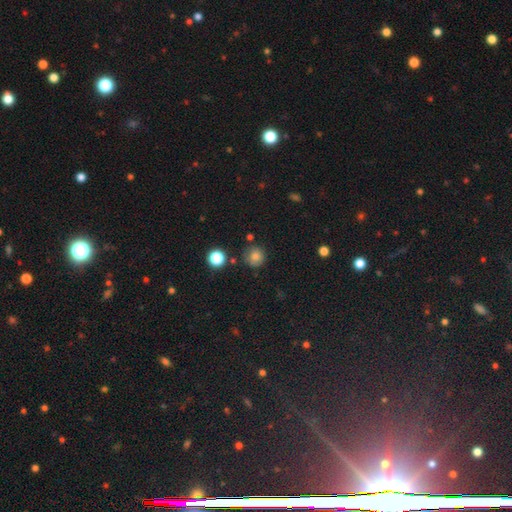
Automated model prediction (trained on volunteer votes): smooth 78%, star or artifact 14%, featured or disk 8%. Down the decision tree: how rounded — round (91%); merging — none (79%).